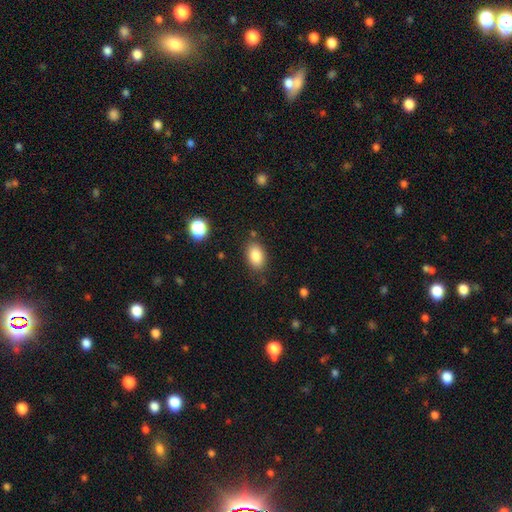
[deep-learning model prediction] The model was most divided on "merging": none: 80%, minor disturbance: 14%, major disturbance: 4%, merger: 3%. More confident: how rounded — in between (87%); smooth or featured — smooth (85%).